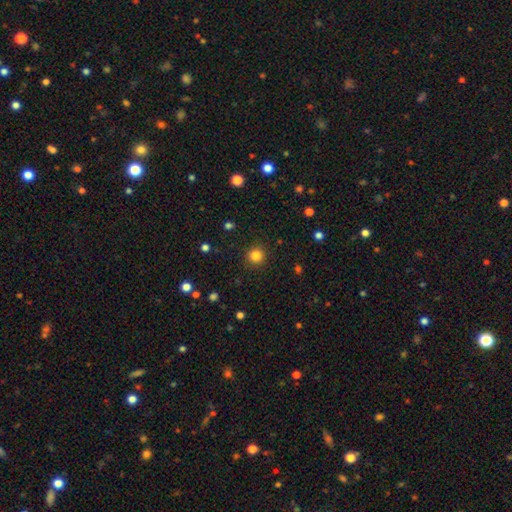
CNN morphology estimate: This is clearly a smooth galaxy (83%). How rounded: clearly round (94%). Merging: clearly none (91%).